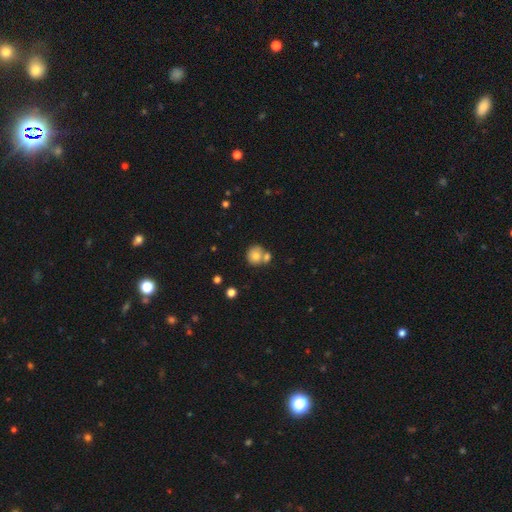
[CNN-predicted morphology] A smooth galaxy with no disk features (78%) that is round (85%).

Vote fractions:
- Smooth or featured? smooth: 78% / featured or disk: 13% / star or artifact: 10%
- How rounded? round: 85% / in between: 14% / cigar-shaped: 1%
- Merging? none: 49% / merger: 37% / minor disturbance: 11% / major disturbance: 4%